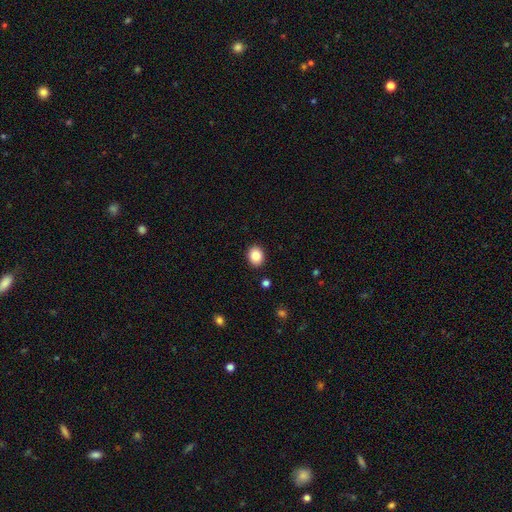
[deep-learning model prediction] smooth-or-featured: smooth: 87% | star or artifact: 9% | featured or disk: 5%
  how-rounded: round: 56% | in between: 43% | cigar-shaped: 1%
  merging: none: 90% | minor disturbance: 6% | major disturbance: 2% | merger: 1%